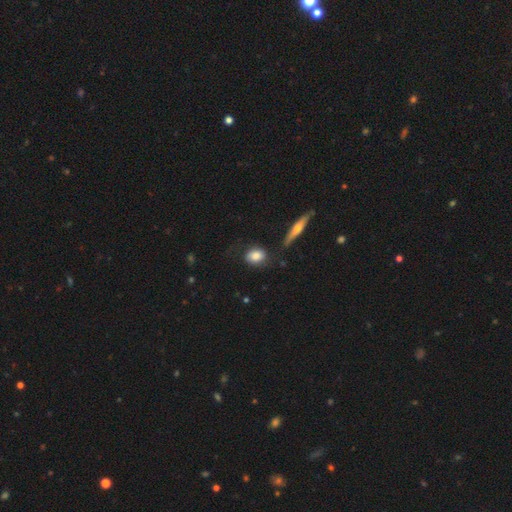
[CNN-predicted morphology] smooth 79%, featured or disk 14%, star or artifact 7%. Down the decision tree: how rounded — in between (63%); merging — none (70%).